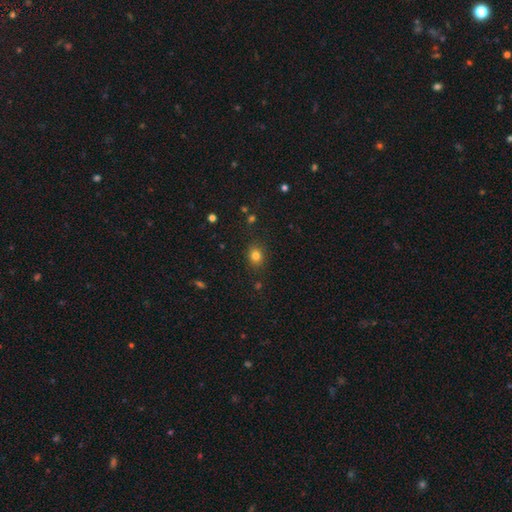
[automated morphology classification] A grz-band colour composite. It shows a smooth galaxy with no disk features (80%) that is round (61%). Merging: none (85%).